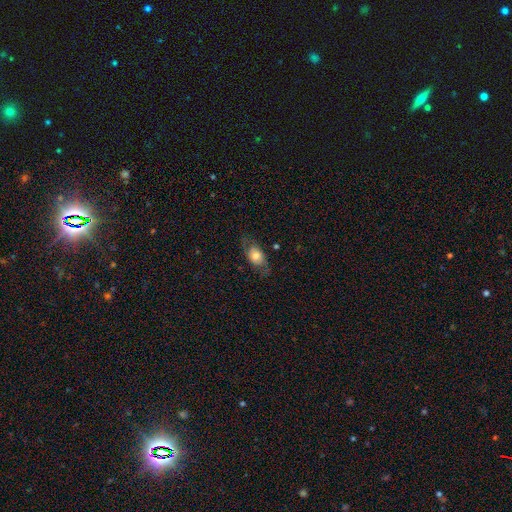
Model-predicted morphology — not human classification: type=smooth (54%); roundness=in between (75%); merging=none (69%).